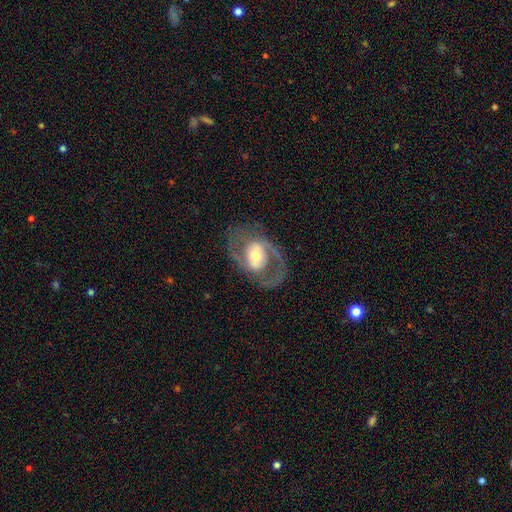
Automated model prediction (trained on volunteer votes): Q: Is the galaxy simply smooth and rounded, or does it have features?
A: featured or disk — 80%.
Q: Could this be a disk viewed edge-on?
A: no — 95%.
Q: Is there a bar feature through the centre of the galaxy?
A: weak — 38%.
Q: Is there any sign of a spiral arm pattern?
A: yes — 81%.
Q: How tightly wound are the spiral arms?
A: medium — 54%.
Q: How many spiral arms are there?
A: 2 — 83%.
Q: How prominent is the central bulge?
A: moderate — 60%.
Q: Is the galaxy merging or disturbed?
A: none — 73%.